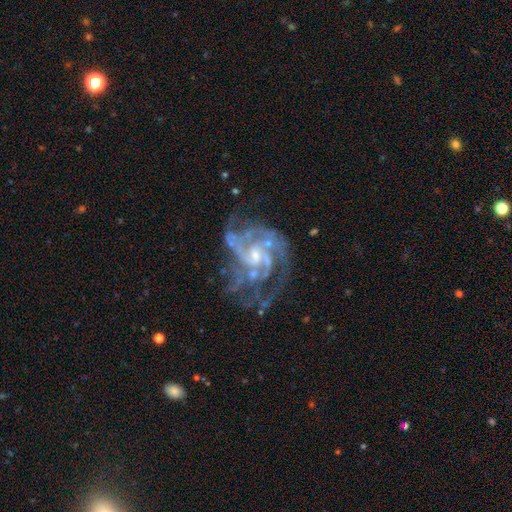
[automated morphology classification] This appears to be a featured or disk galaxy (89%) with no bar (53%), 3 (27%) medium (47%) spiral arms (95%) and a small central bulge (55%). Merging: none (49%).